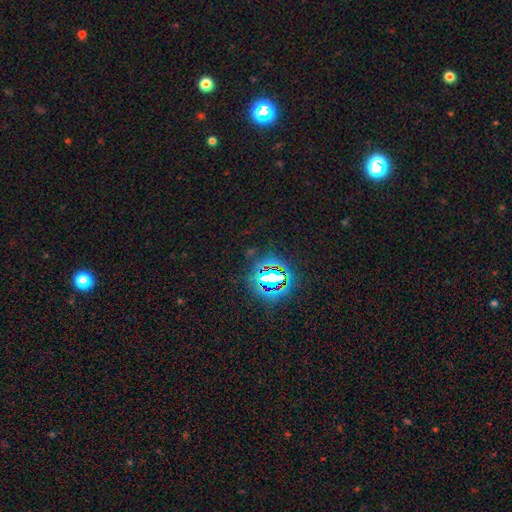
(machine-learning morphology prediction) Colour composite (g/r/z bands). It shows a star or artifact, not a galaxy (79%).